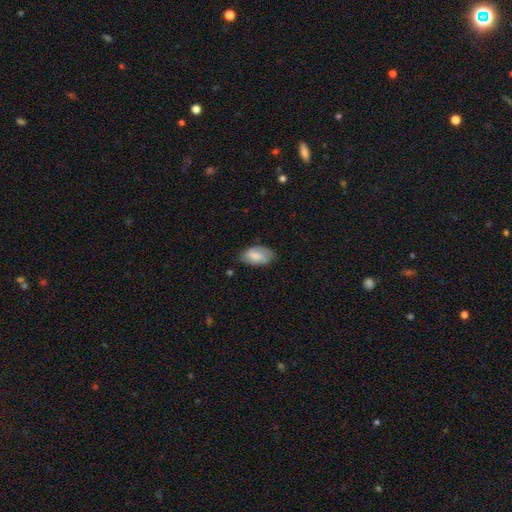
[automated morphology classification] The model was most divided on "merging": none: 62%, minor disturbance: 28%, major disturbance: 8%, merger: 2%. More confident: how rounded — in between (94%); smooth or featured — smooth (66%).